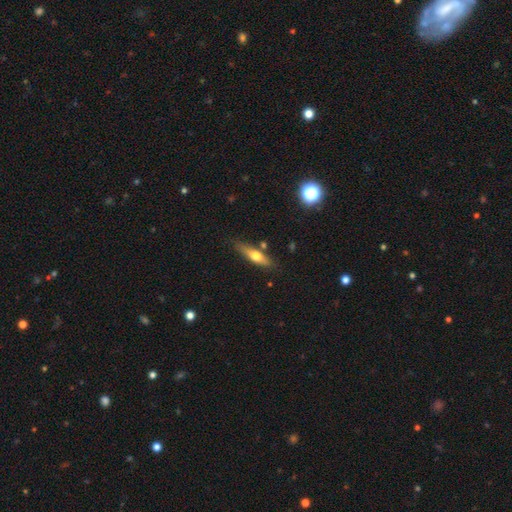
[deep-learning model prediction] Smooth or featured? smooth (53%)
How rounded? cigar-shaped (68%)
Merging? none (76%)